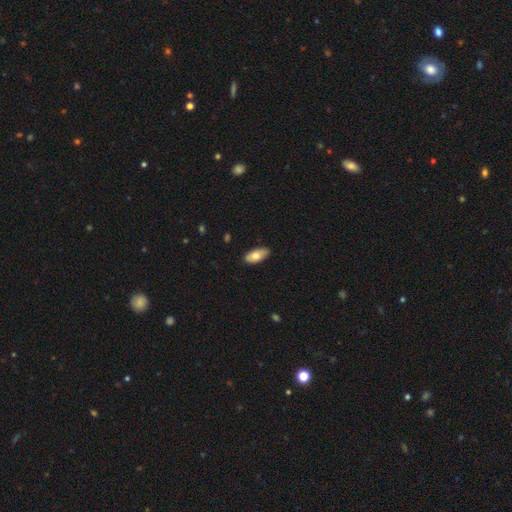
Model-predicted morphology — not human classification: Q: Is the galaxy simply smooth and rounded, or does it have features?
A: smooth — 75%.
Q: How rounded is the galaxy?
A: in between — 91%.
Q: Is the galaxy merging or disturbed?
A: none — 84%.